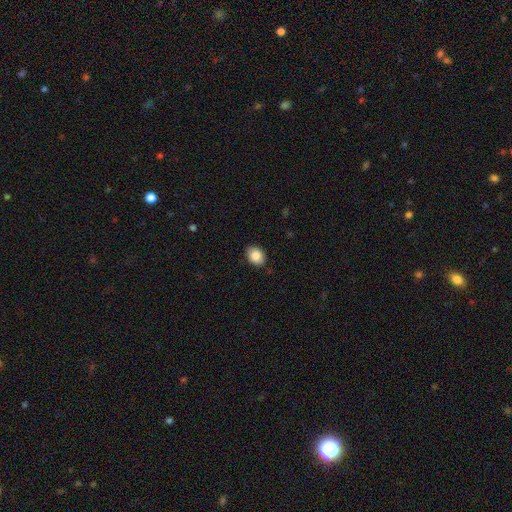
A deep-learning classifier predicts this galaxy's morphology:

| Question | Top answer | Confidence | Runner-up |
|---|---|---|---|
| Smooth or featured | smooth | 84% | featured or disk (9%) |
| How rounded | in between | 69% | round (30%) |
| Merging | none | 84% | minor disturbance (13%) |